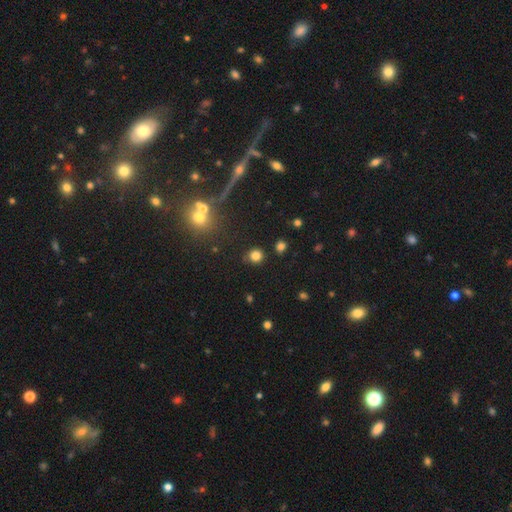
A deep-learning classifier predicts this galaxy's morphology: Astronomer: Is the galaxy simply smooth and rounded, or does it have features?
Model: smooth — 80%.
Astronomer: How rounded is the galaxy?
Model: round — 86%.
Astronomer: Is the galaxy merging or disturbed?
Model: none — 85%.